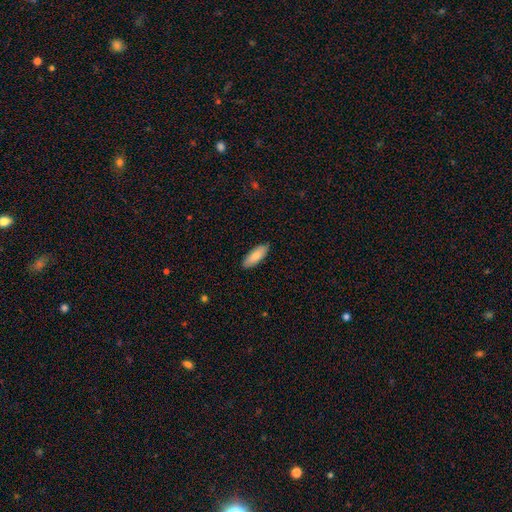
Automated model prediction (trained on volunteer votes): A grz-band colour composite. It shows a smooth galaxy with no disk features (85%) that is in between round and cigar-shaped (69%). Merging: none (88%).